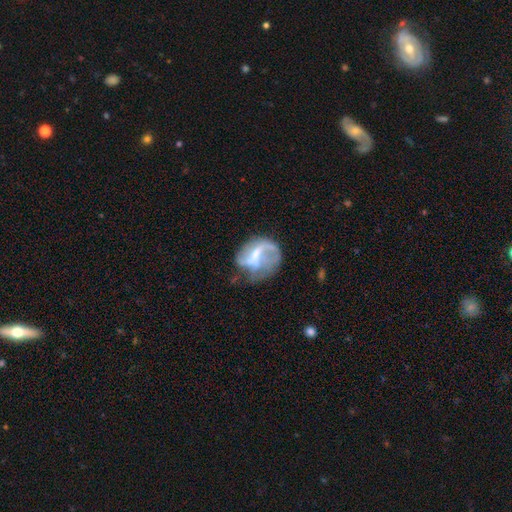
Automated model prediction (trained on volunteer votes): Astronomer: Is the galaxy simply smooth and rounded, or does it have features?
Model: featured or disk — 69%.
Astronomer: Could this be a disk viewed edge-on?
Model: no — 97%.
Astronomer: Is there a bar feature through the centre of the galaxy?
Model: weak — 49% (runner-up: no, 26%).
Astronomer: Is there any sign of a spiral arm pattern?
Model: yes — 71%.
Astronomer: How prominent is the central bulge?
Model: small — 42% (runner-up: moderate, 34%).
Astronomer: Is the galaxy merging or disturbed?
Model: none — 37% (runner-up: major disturbance, 33%).